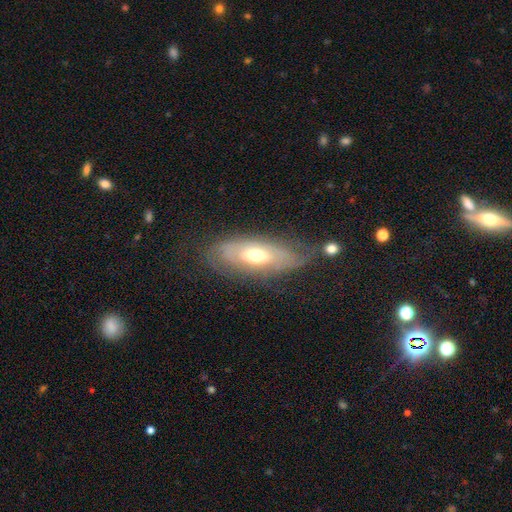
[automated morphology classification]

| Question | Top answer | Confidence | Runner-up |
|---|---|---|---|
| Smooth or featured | featured or disk | 56% | smooth (37%) |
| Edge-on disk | no | 75% | yes (25%) |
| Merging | none | 58% | minor disturbance (25%) |